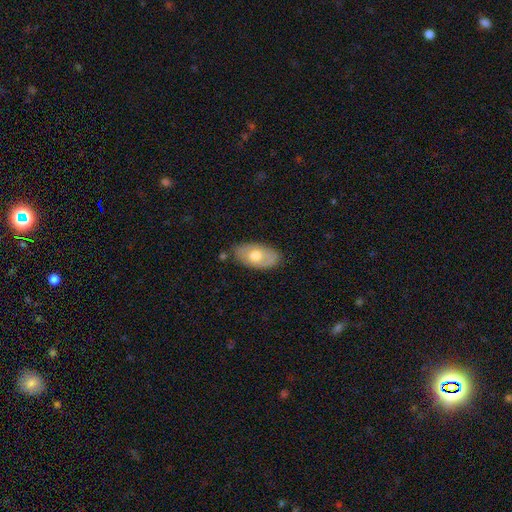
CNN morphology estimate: Smooth or featured?
  - smooth: 62% *
  - featured or disk: 33%
  - star or artifact: 6%
How rounded?
  - in between: 93% *
  - round: 5%
  - cigar-shaped: 3%
Merging?
  - none: 78% *
  - minor disturbance: 16%
  - major disturbance: 3%
  - merger: 3%